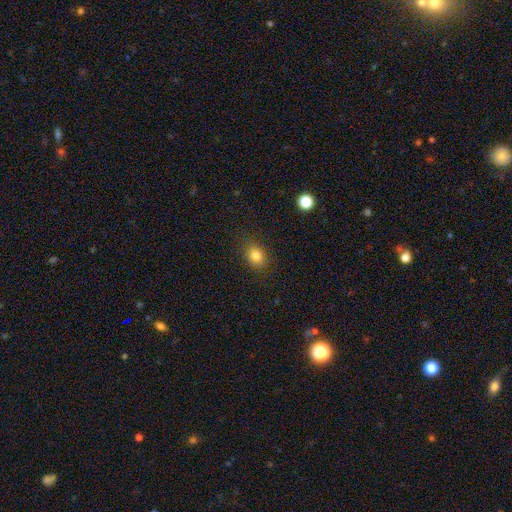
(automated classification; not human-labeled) Smooth or featured: smooth — 81% (star or artifact — 12%)
How rounded: round — 55% (in between — 44%)
Merging: none — 87% (minor disturbance — 9%)